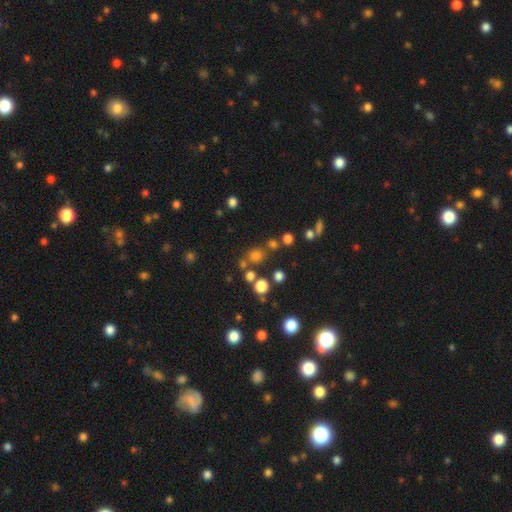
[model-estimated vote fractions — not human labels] This appears to be a smooth galaxy with no disk features (70%) that is round (84%). Merging: none (72%).